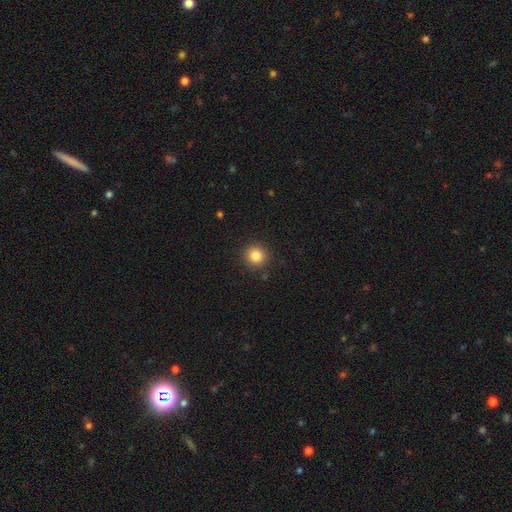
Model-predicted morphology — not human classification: smooth_or_featured: smooth (p=0.84) [alt: star or artifact p=0.11]
how_rounded: round (p=0.94) [alt: in between p=0.05]
merging: none (p=0.91) [alt: minor disturbance p=0.06]